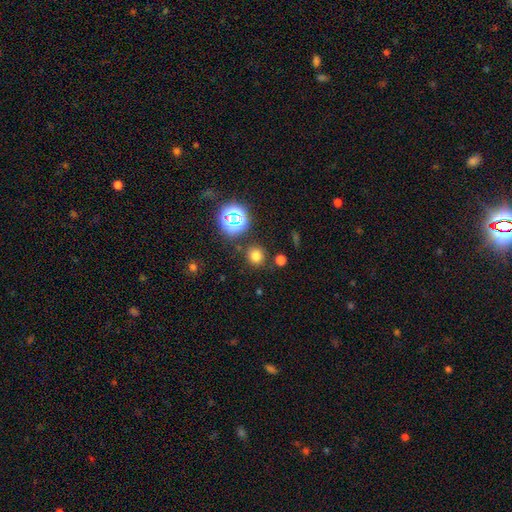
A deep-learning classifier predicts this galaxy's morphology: smooth-or-featured: smooth: 71% | star or artifact: 23% | featured or disk: 7%
  how-rounded: round: 89% | in between: 10% | cigar-shaped: 1%
  merging: none: 83% | minor disturbance: 8% | merger: 5% | major disturbance: 3%